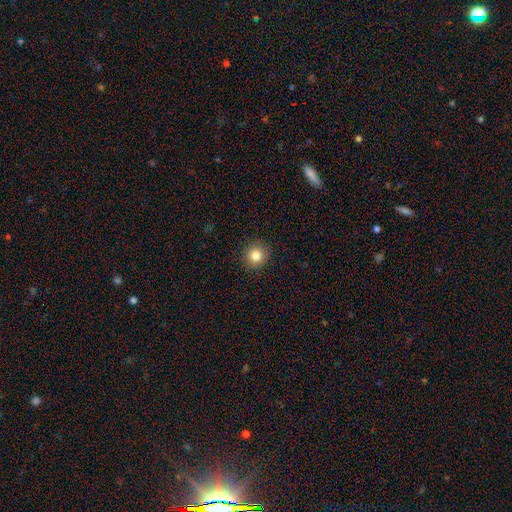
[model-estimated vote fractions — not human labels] Overall: smooth (83%). How rounded: round (91%). Merging: none (91%).